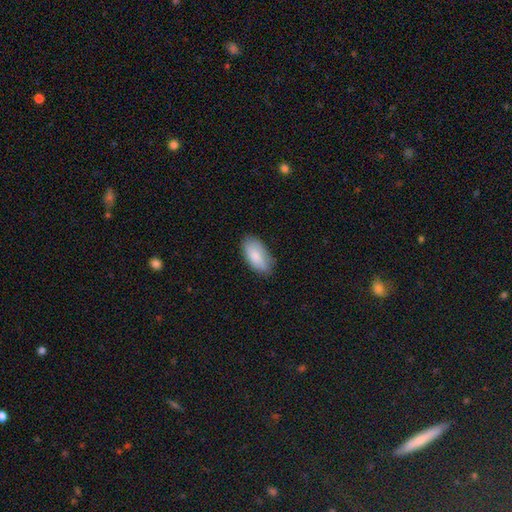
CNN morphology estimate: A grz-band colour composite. It shows a smooth galaxy with no disk features (84%) that is in between round and cigar-shaped (92%). Merging: none (79%).